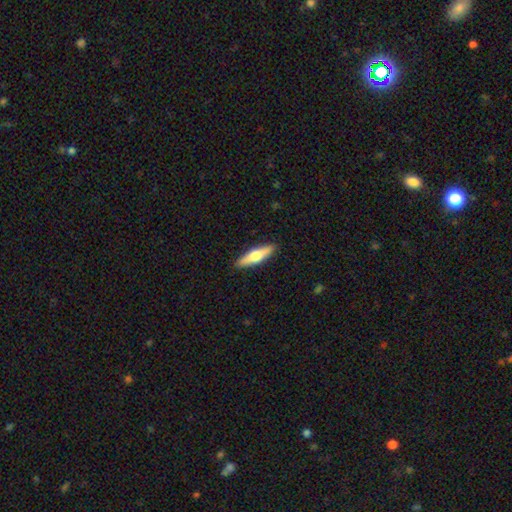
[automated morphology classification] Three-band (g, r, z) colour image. It shows a smooth galaxy with no disk features (55%) that is cigar-shaped (69%). Merging: none (91%).